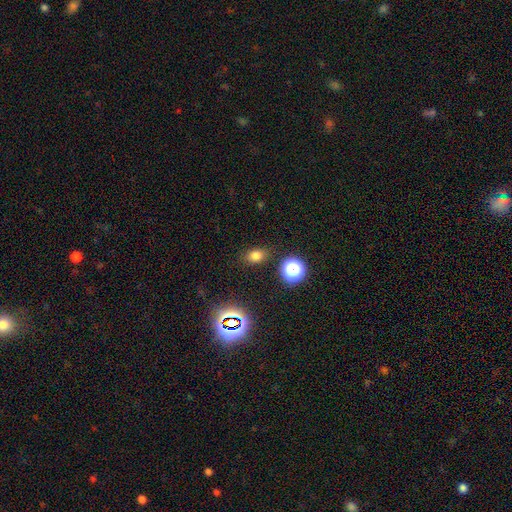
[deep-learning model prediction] Smooth or featured? smooth (75%)
How rounded? in between (67%)
Merging? none (84%)